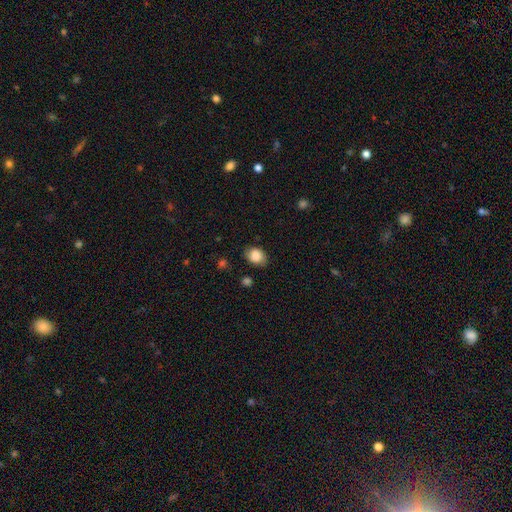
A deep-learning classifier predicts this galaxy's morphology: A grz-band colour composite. It shows a smooth galaxy with no disk features (84%) that is in between round and cigar-shaped (64%). Merging: none (76%).